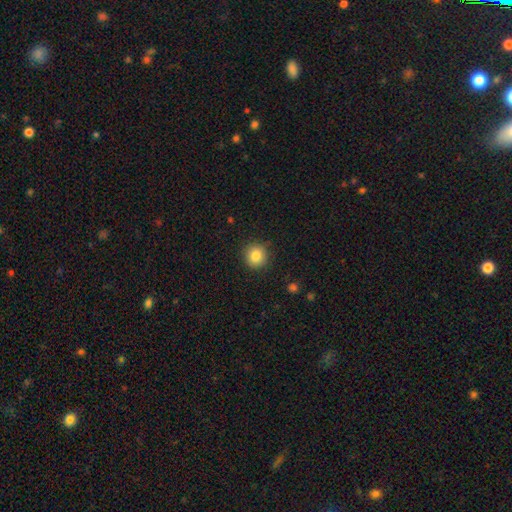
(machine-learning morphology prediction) smooth_or_featured: smooth (p=0.84) [alt: star or artifact p=0.10]
how_rounded: round (p=0.93) [alt: in between p=0.06]
merging: none (p=0.90) [alt: minor disturbance p=0.07]